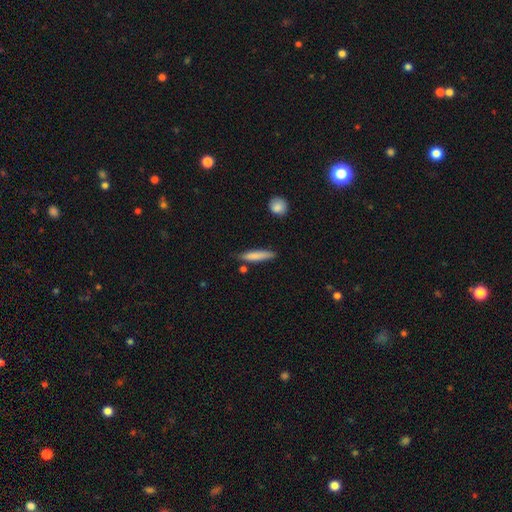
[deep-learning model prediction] smooth_or_featured: smooth (p=0.79) [alt: featured or disk p=0.15]
how_rounded: cigar-shaped (p=0.85) [alt: in between p=0.13]
merging: none (p=0.77) [alt: minor disturbance p=0.16]